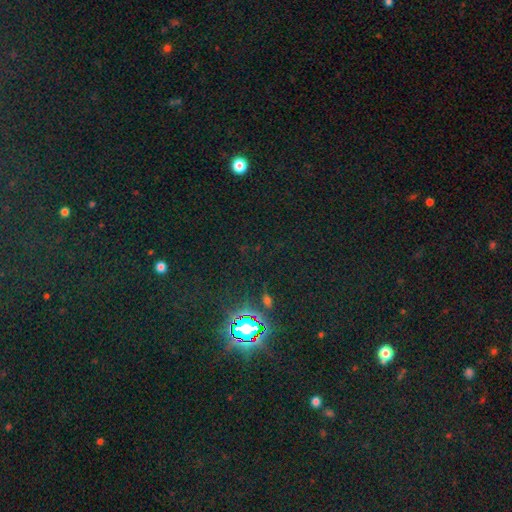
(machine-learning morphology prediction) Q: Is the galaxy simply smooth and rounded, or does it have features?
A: star or artifact — 82%.